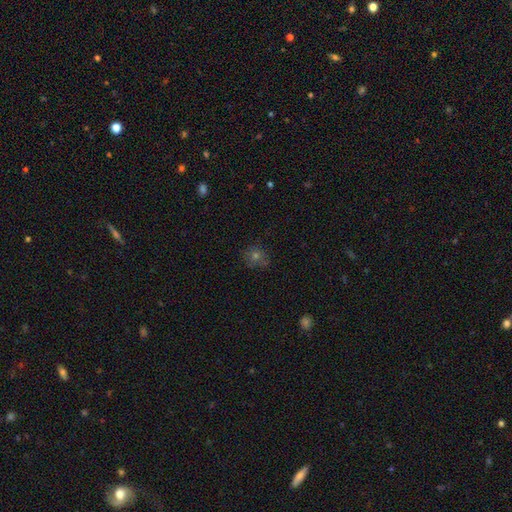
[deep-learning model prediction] smooth 54%, star or artifact 27%, featured or disk 19%. Down the decision tree: how rounded — round (86%); merging — none (80%).